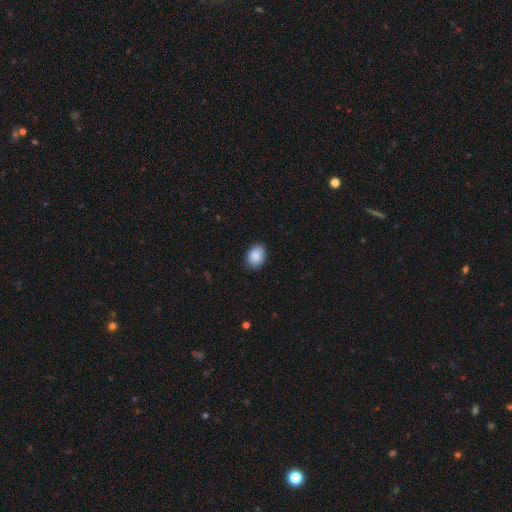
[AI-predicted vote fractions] The model was most divided on "how rounded": in between: 64%, round: 35%, cigar-shaped: 1%. More confident: smooth or featured — smooth (89%); merging — none (86%).